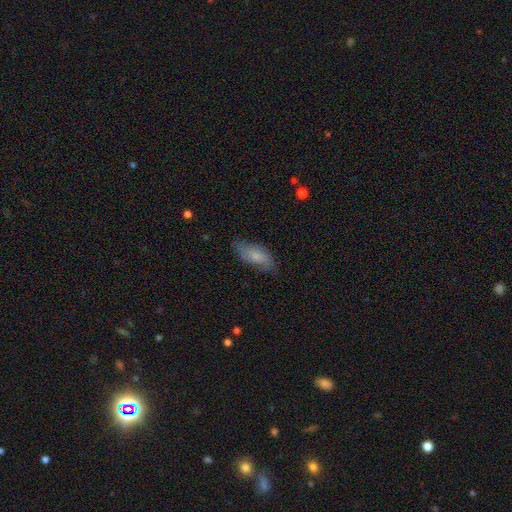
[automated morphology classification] Q: Smooth or featured?
A: smooth (70%); runner-up: featured or disk (23%)
Q: How rounded?
A: in between (81%); runner-up: cigar-shaped (16%)
Q: Merging?
A: none (71%); runner-up: minor disturbance (22%)